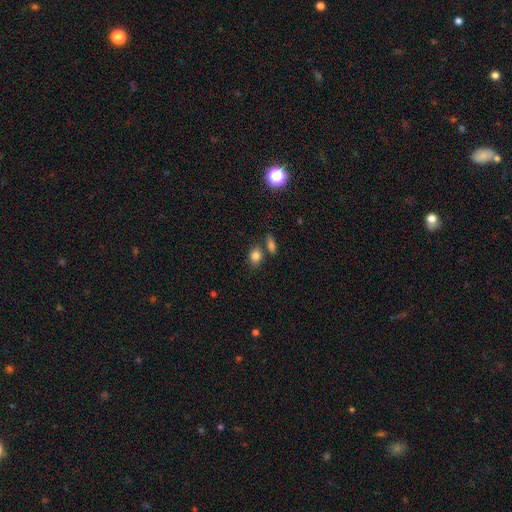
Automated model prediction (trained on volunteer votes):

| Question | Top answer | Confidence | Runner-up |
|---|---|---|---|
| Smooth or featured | smooth | 82% | star or artifact (11%) |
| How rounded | in between | 57% | round (41%) |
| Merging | none | 64% | merger (18%) |